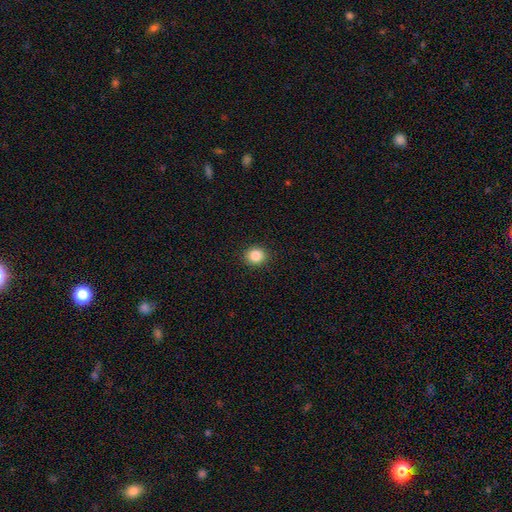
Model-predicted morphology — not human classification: A smooth galaxy with no disk features (86%) that is round (84%).

Vote fractions:
- Smooth or featured? smooth: 86% / star or artifact: 10% / featured or disk: 4%
- How rounded? round: 84% / in between: 15% / cigar-shaped: 1%
- Merging? none: 91% / minor disturbance: 6% / major disturbance: 2% / merger: 1%